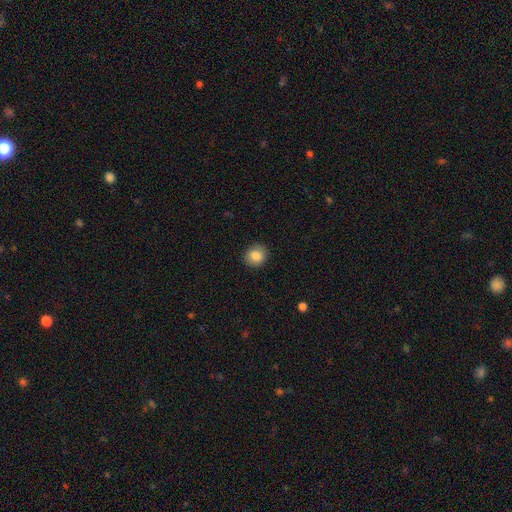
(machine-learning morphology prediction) Smooth or featured? smooth (85%)
How rounded? round (81%)
Merging? none (89%)